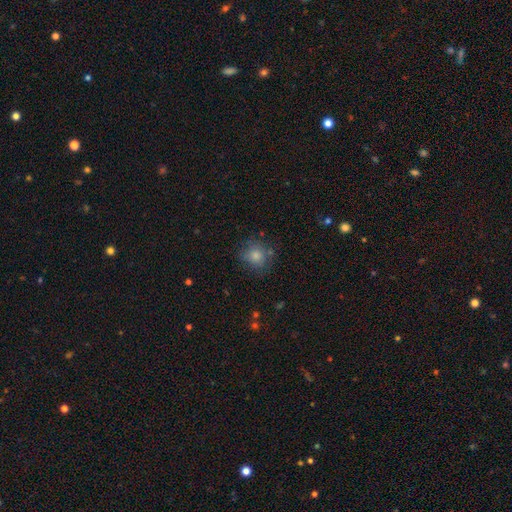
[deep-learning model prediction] smooth 81%, star or artifact 11%, featured or disk 8%. Down the decision tree: how rounded — round (85%); merging — none (74%).